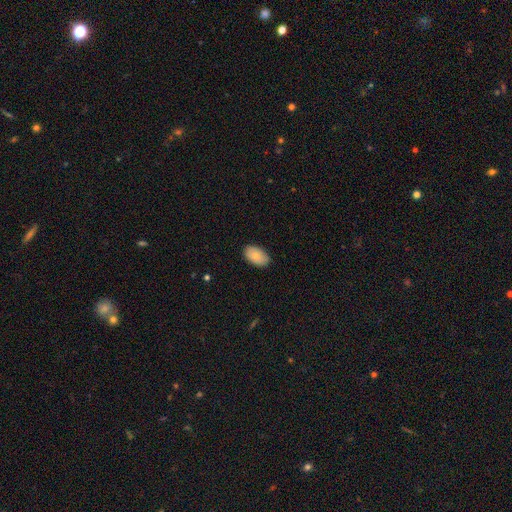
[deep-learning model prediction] smooth 81%, featured or disk 13%, star or artifact 7%. Down the decision tree: how rounded — in between (93%); merging — none (86%).